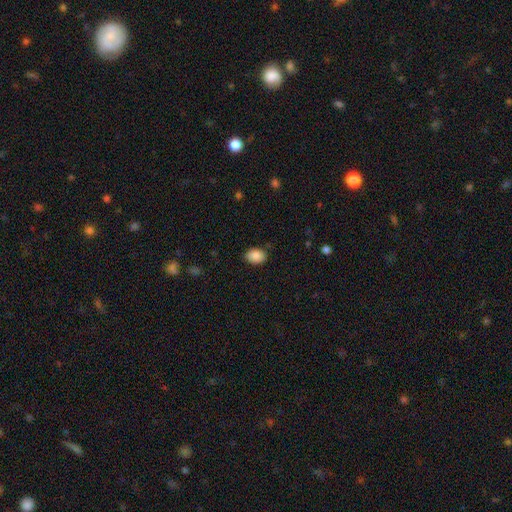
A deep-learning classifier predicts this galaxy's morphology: Overall: smooth (87%). How rounded: in between (77%). Merging: none (85%).